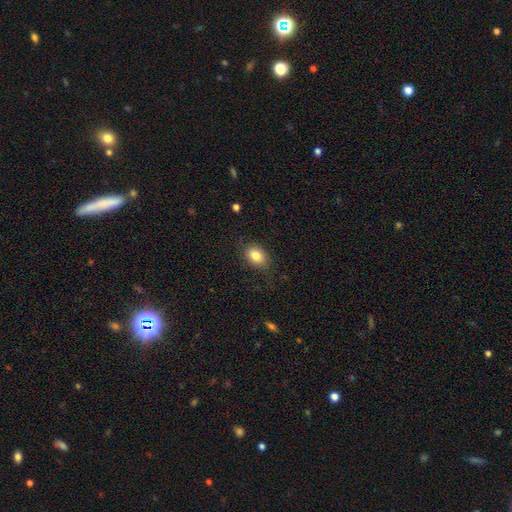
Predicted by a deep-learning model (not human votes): Overall: smooth (82%). How rounded: in between (70%). Merging: none (78%).